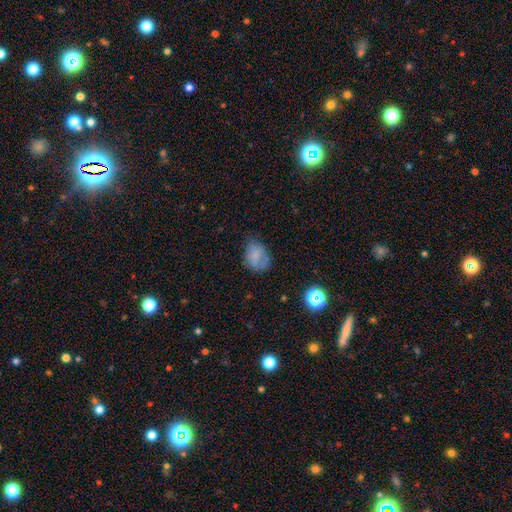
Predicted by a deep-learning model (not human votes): Q: Smooth or featured?
A: smooth (72%); runner-up: featured or disk (16%)
Q: How rounded?
A: in between (70%); runner-up: round (29%)
Q: Merging?
A: none (52%); runner-up: minor disturbance (31%)